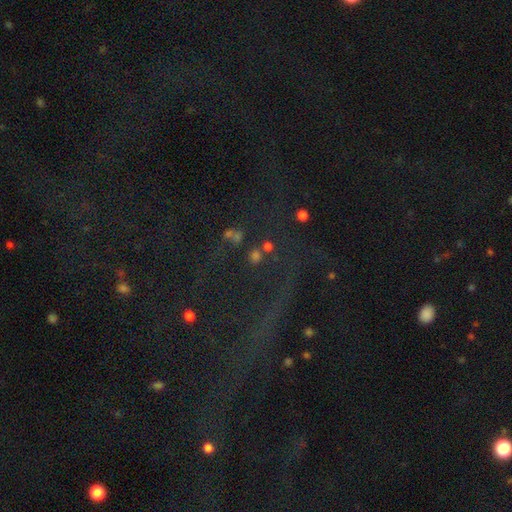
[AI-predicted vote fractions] Smooth or featured? star or artifact (43%, tied with smooth)